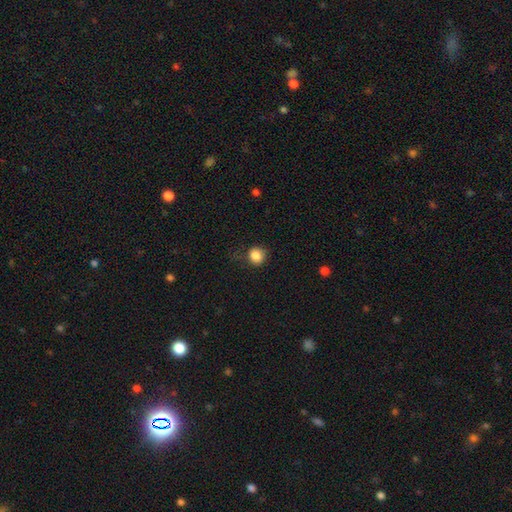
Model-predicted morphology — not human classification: smooth 86%, star or artifact 10%, featured or disk 4%. Down the decision tree: how rounded — round (86%); merging — none (76%).